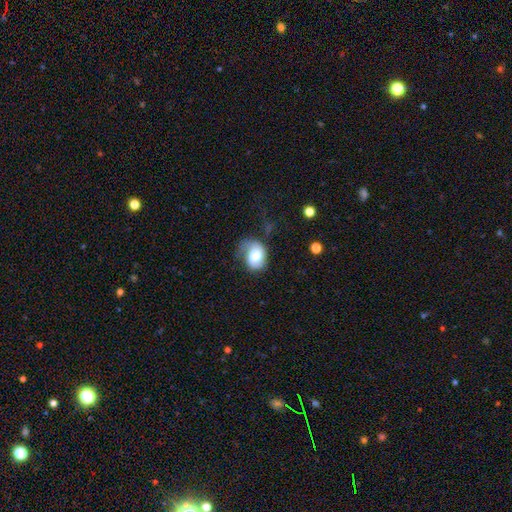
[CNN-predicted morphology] smooth-or-featured: smooth: 51% | featured or disk: 41% | star or artifact: 8%
  how-rounded: in between: 50% | round: 49% | cigar-shaped: 1%
  merging: none: 43% | minor disturbance: 32% | major disturbance: 23% | merger: 2%